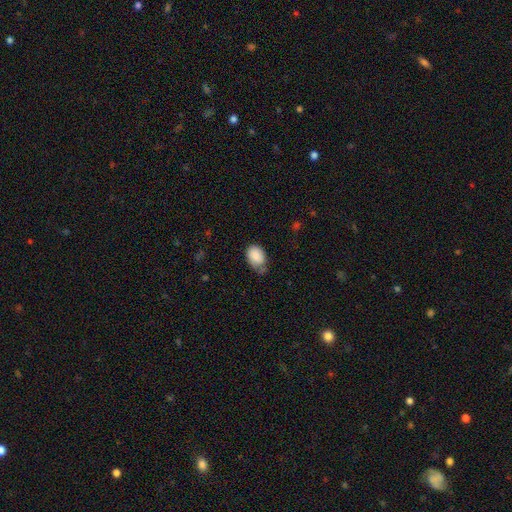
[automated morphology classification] A smooth galaxy with no disk features (86%) that is in between round and cigar-shaped (81%). Merging: none (55%).